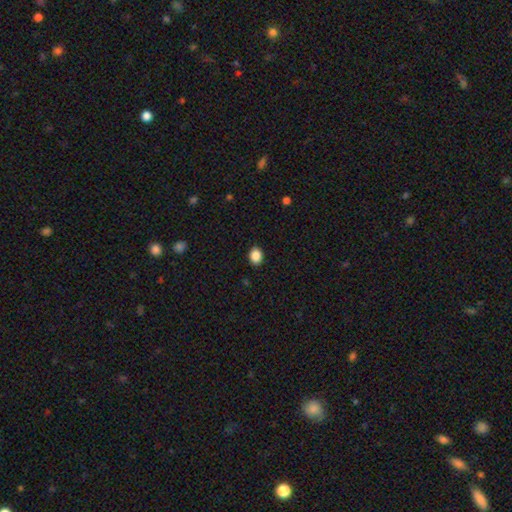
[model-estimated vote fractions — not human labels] A smooth galaxy with no disk features (88%) that is in between round and cigar-shaped (54%).

Vote fractions:
- Smooth or featured? smooth: 88% / star or artifact: 9% / featured or disk: 3%
- How rounded? in between: 54% / round: 45% / cigar-shaped: 1%
- Merging? none: 90% / minor disturbance: 7% / major disturbance: 2% / merger: 1%